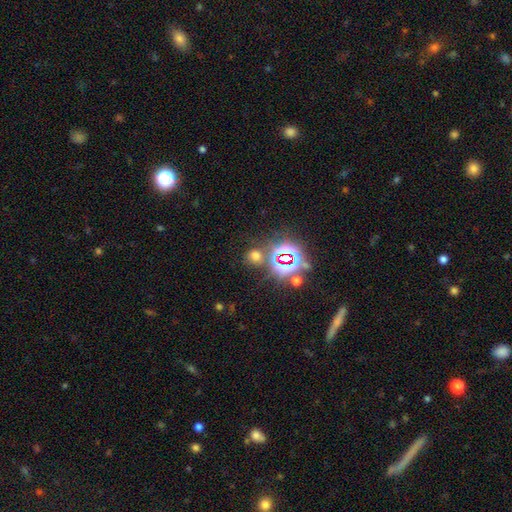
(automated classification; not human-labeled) Overall: smooth (51%; star or artifact 42%). How rounded: round (79%). Merging: none (75%).